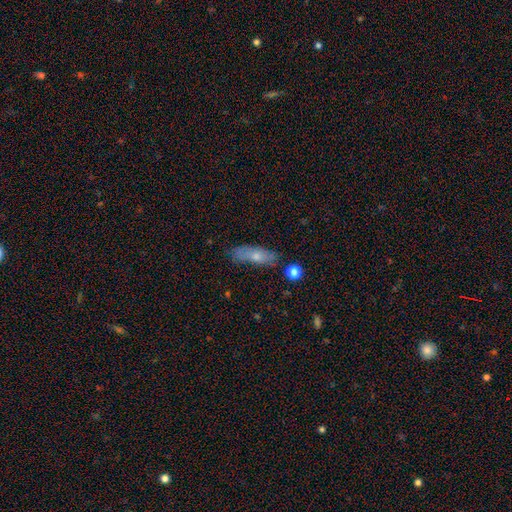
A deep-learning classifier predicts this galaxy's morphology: smooth_or_featured: smooth (p=0.63) [alt: featured or disk p=0.29]
how_rounded: in between (p=0.50) [alt: cigar-shaped p=0.47]
merging: none (p=0.73) [alt: minor disturbance p=0.19]